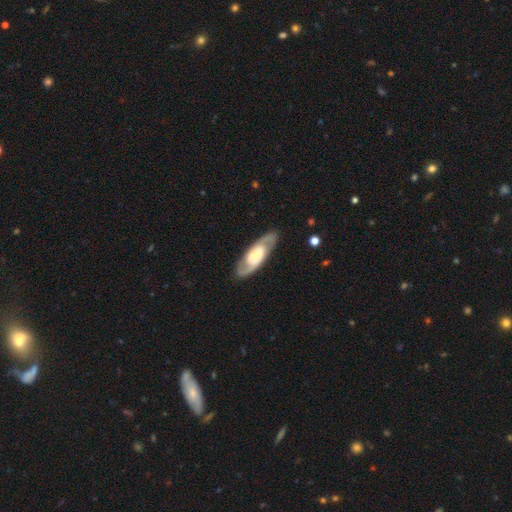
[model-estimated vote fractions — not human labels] Smooth or featured?
  - featured or disk: 72% *
  - smooth: 23%
  - star or artifact: 5%
Edge-on disk?
  - no: 87% *
  - yes: 13%
Bar?
  - no: 46% *
  - weak: 35%
  - strong: 19%
Spiral arms?
  - yes: 86% *
  - no: 14%
Spiral winding?
  - medium: 47% *
  - tight: 35%
  - loose: 18%
Spiral arm count?
  - 2: 84% *
  - can't tell: 10%
  - 1: 3%
  - 3: 1%
  - 4: 1%
  - more than 4: 1%
Bulge size?
  - moderate: 29% * (tied)
  - large: 29% * (tied)
  - small: 26%
  - none: 11%
  - dominant: 5%
Merging?
  - none: 83% *
  - minor disturbance: 12%
  - major disturbance: 4%
  - merger: 1%